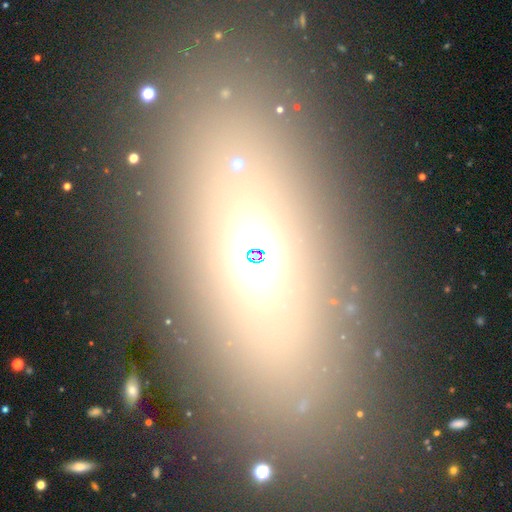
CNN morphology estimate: Smooth or featured? smooth (36%)
Merging? none (82%)